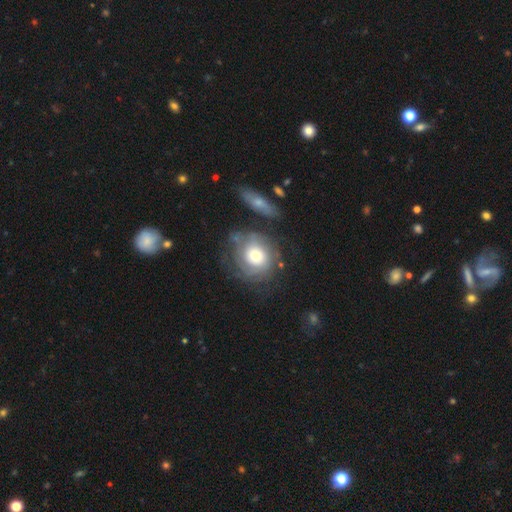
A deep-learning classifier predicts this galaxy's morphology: Smooth or featured? Predicted: featured or disk (p=0.50). Merging? Predicted: none (p=0.61).